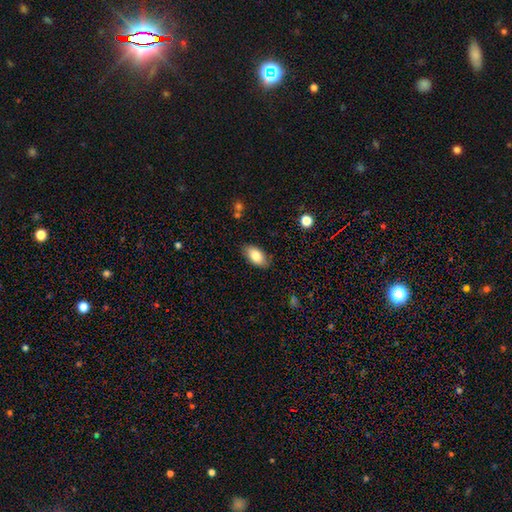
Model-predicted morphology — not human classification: smooth_or_featured: smooth (p=0.82) [alt: featured or disk p=0.11]
how_rounded: in between (p=0.93) [alt: round p=0.04]
merging: none (p=0.84) [alt: minor disturbance p=0.12]